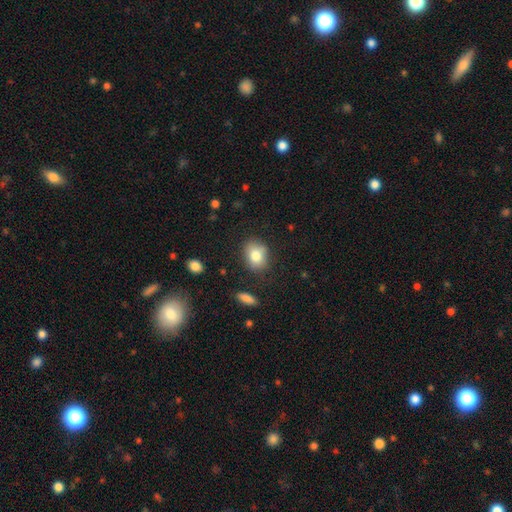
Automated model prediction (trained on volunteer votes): Morphology: type=smooth (80%); roundness=in between (56%); merging=none (75%).